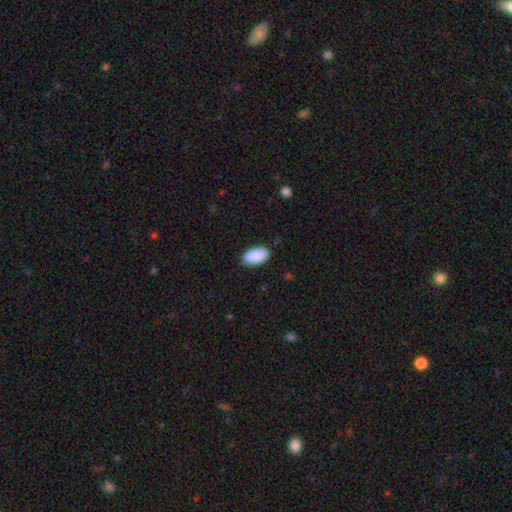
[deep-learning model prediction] Overall: smooth (91%). How rounded: in between (96%). Merging: none (87%).